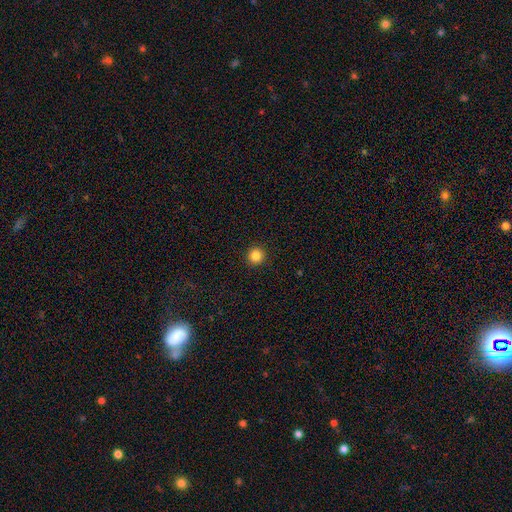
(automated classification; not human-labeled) Smooth or featured? smooth (85%)
How rounded? round (95%)
Merging? none (93%)